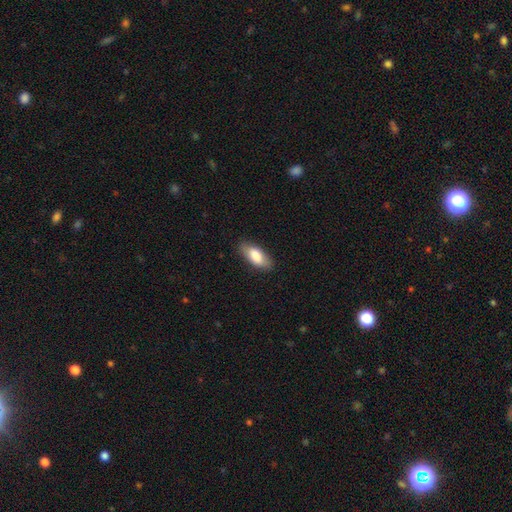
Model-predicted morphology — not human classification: type=smooth (81%); roundness=in between (83%); merging=none (84%).